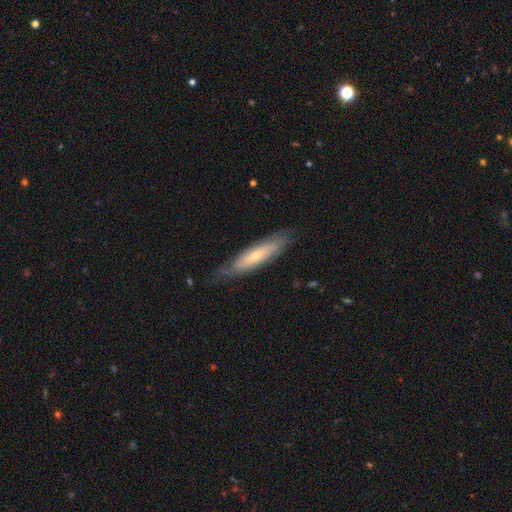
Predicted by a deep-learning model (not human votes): This appears to be a featured or disk galaxy (50%). Merging: none (72%).